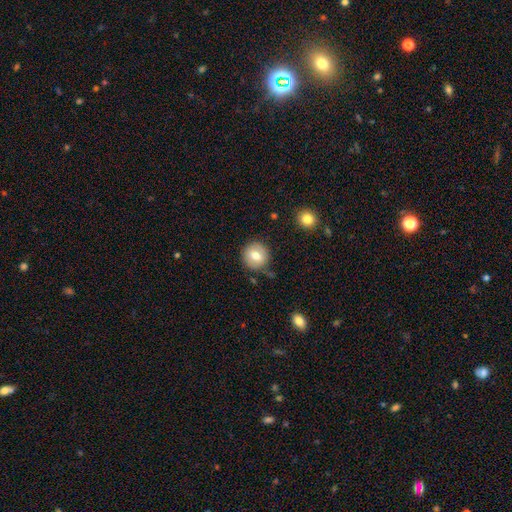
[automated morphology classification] Smooth or featured? smooth (73%)
How rounded? round (91%)
Merging? none (83%)